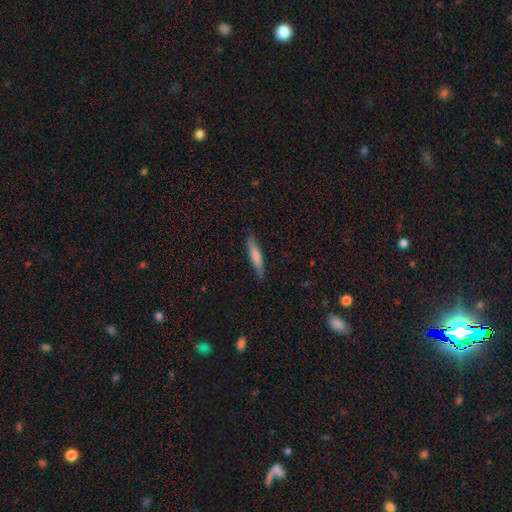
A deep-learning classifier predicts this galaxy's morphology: smooth_or_featured: smooth (p=0.70) [alt: featured or disk p=0.24]
how_rounded: cigar-shaped (p=0.89) [alt: in between p=0.10]
merging: none (p=0.87) [alt: minor disturbance p=0.10]